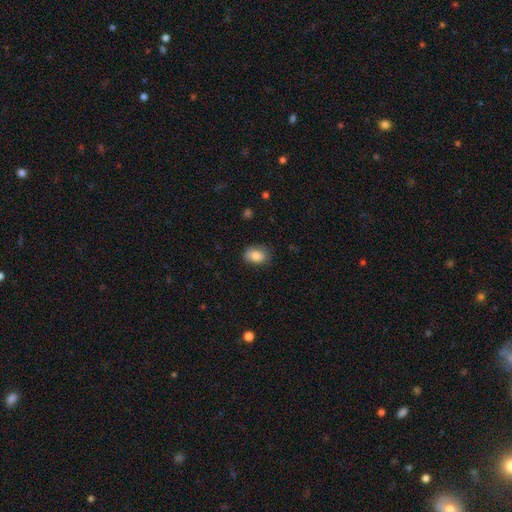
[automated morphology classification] The model was most divided on "how rounded": in between: 76%, round: 23%, cigar-shaped: 1%. More confident: smooth or featured — smooth (86%); merging — none (77%).